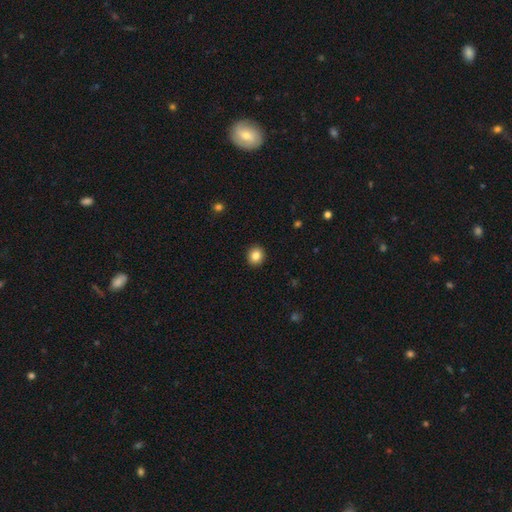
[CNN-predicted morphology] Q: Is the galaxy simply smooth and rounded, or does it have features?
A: smooth — 84%.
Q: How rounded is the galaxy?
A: round — 86%.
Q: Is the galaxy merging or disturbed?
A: none — 93%.